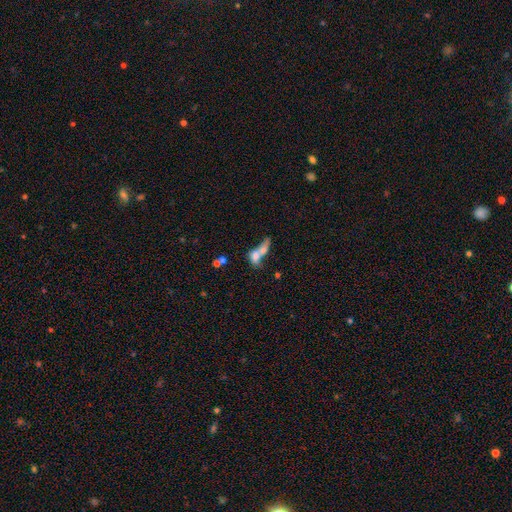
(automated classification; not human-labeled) A smooth galaxy with no disk features (61%) that is in between round and cigar-shaped (58%).

Vote fractions:
- Smooth or featured? smooth: 61% / featured or disk: 28% / star or artifact: 11%
- How rounded? in between: 58% / round: 26% / cigar-shaped: 16%
- Merging? merger: 69% / none: 14% / major disturbance: 10% / minor disturbance: 7%